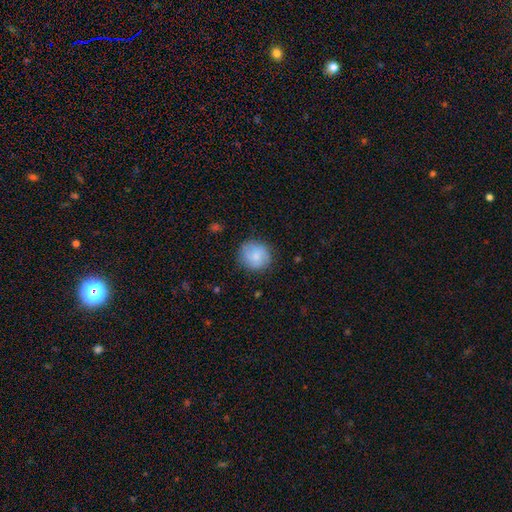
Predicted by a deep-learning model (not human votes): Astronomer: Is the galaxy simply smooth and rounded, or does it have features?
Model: smooth — 83%.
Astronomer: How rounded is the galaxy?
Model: round — 90%.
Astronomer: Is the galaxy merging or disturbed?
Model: none — 83%.